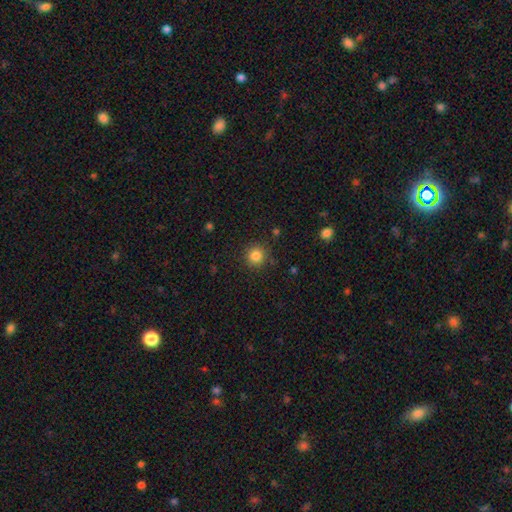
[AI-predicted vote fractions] The model was most divided on "smooth or featured": smooth: 84%, star or artifact: 12%, featured or disk: 5%. More confident: how rounded — round (94%); merging — none (89%).